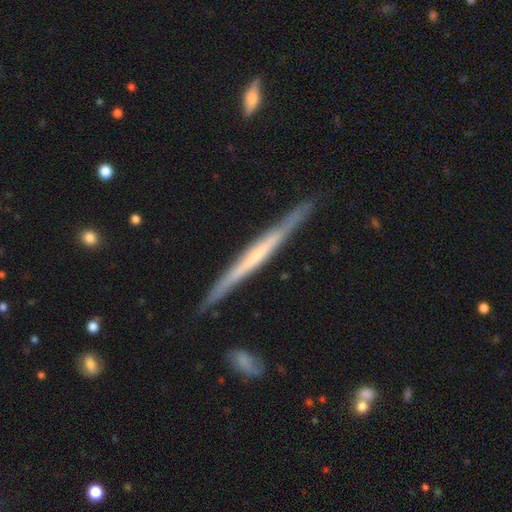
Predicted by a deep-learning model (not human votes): A featured or disk galaxy (68%) viewed edge-on (97%) with no central bulge (68%).

Vote fractions:
- Smooth or featured? featured or disk: 68% / smooth: 26% / star or artifact: 5%
- Edge-on disk? yes: 97% / no: 3%
- Edge-on bulge? none: 68% / rounded: 20% / boxy: 13%
- Merging? none: 88% / minor disturbance: 9% / major disturbance: 2% / merger: 2%